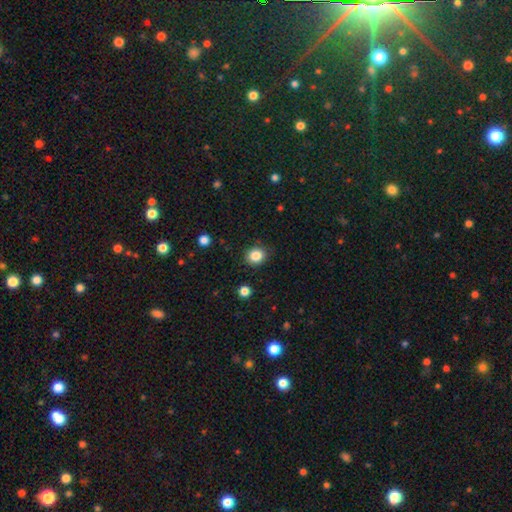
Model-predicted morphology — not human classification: type=smooth (85%); roundness=round (73%); merging=none (88%).